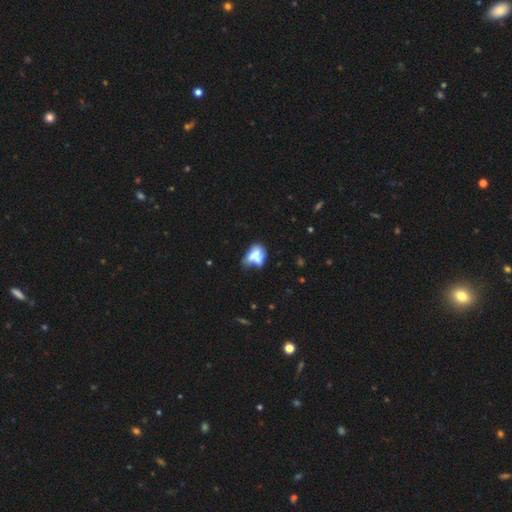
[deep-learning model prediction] smooth-or-featured: smooth: 57% | featured or disk: 33% | star or artifact: 10%
  how-rounded: in between: 77% | round: 18% | cigar-shaped: 5%
  merging: merger: 49% | none: 22% | major disturbance: 15% | minor disturbance: 15%